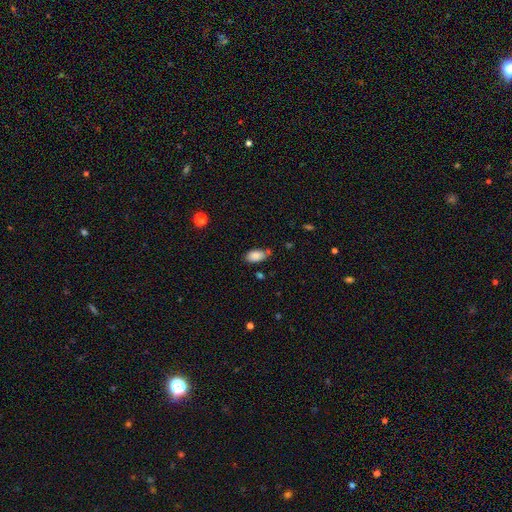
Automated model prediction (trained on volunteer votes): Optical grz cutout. It shows a smooth galaxy with no disk features (85%) that is in between round and cigar-shaped (93%). Merging: none (70%).